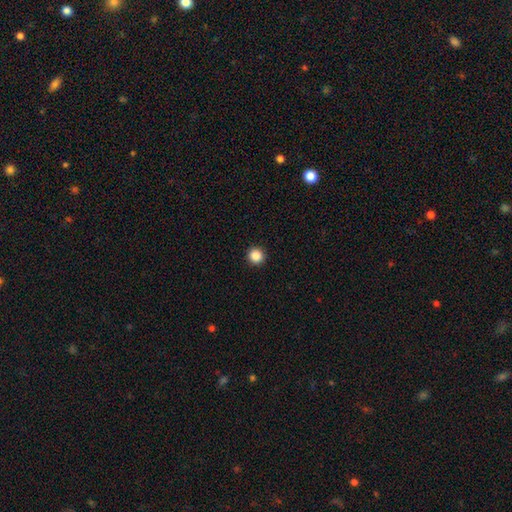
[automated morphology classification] Smooth or featured? Predicted: smooth (p=0.87). How rounded? Predicted: round (p=0.96). Merging? Predicted: none (p=0.94).